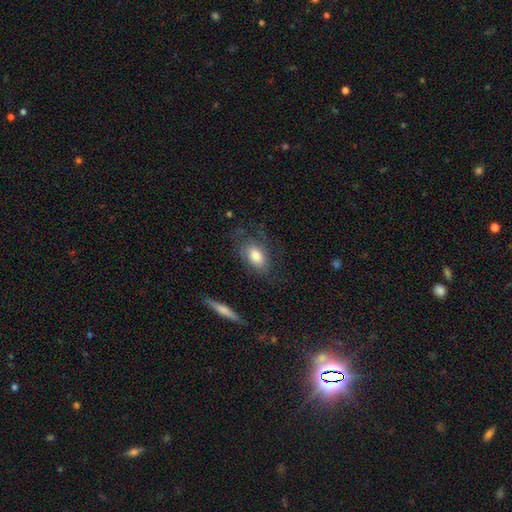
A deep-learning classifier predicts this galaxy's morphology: type=smooth (63%); roundness=in between (87%); merging=none (60%).